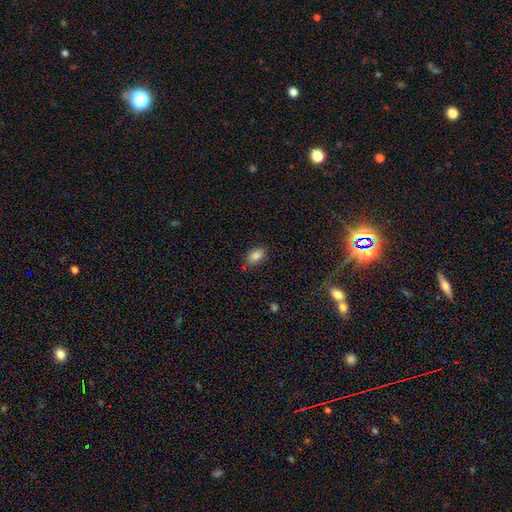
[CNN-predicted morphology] type=smooth (84%); roundness=in between (85%); merging=none (79%).